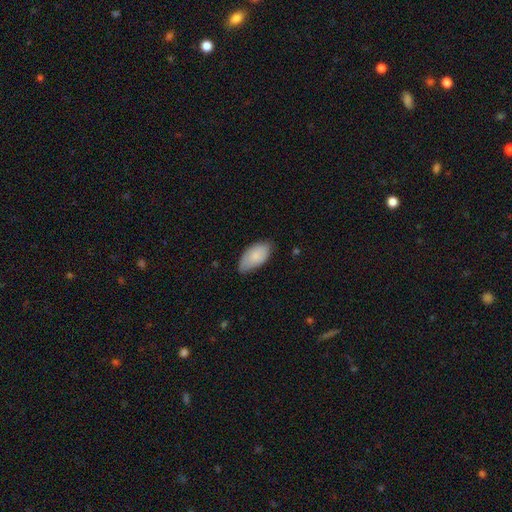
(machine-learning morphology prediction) Smooth or featured: smooth — 86% (featured or disk — 8%)
How rounded: in between — 95% (cigar-shaped — 3%)
Merging: none — 70% (minor disturbance — 26%)